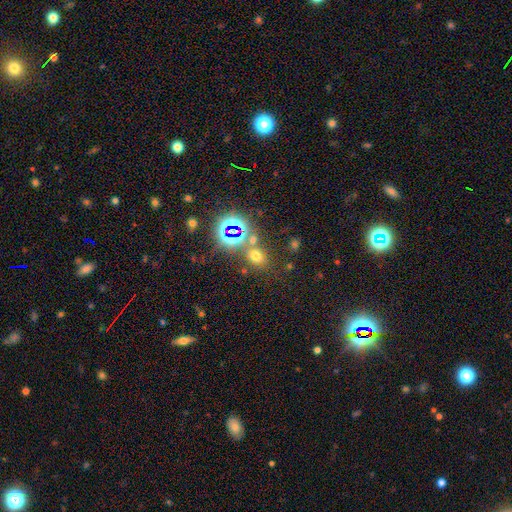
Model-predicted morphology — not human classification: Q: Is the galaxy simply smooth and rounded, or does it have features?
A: smooth — 56%.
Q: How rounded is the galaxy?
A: round — 53%.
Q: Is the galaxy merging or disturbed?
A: none — 68%.